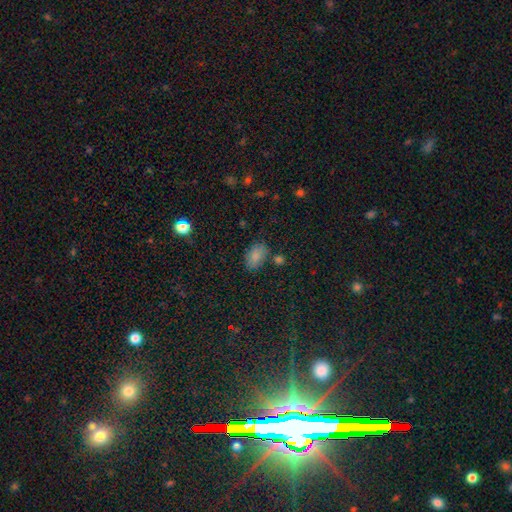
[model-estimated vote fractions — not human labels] Smooth or featured: smooth — 82% (star or artifact — 11%)
How rounded: in between — 89% (round — 9%)
Merging: none — 73% (minor disturbance — 16%)